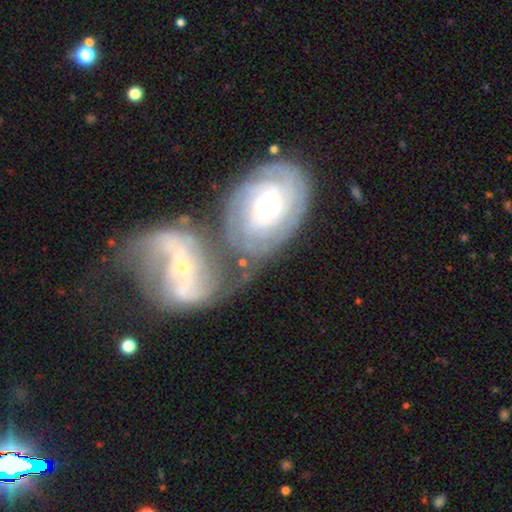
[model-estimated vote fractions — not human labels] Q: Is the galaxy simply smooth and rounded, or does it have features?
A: featured or disk — 75%.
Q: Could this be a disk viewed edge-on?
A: no — 94%.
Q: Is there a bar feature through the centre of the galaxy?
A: no — 47%.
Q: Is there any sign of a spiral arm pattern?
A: yes — 85%.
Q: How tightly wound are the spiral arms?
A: tight — 47%.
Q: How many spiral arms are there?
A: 2 — 58%.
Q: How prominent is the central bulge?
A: moderate — 50%.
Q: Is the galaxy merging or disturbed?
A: merger — 66%.